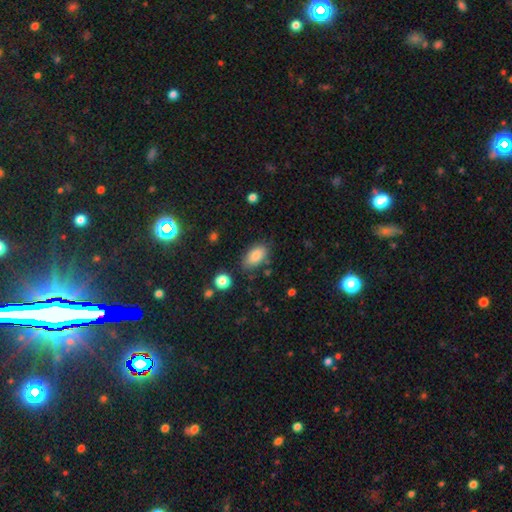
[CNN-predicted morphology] Smooth or featured: smooth — 84% (star or artifact — 8%)
How rounded: in between — 92% (round — 5%)
Merging: none — 77% (minor disturbance — 16%)